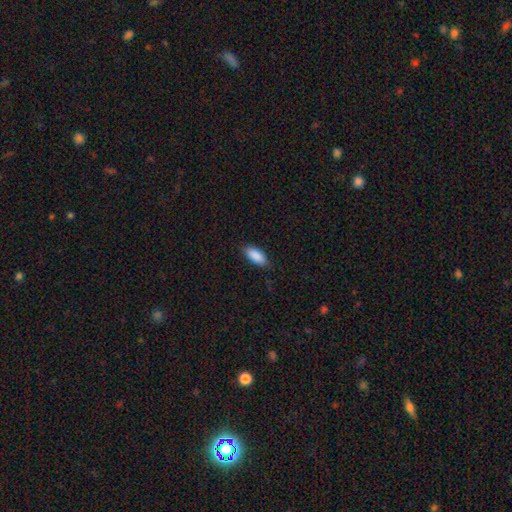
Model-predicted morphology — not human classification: smooth_or_featured: smooth (p=0.90) [alt: star or artifact p=0.06]
how_rounded: in between (p=0.85) [alt: cigar-shaped p=0.14]
merging: none (p=0.85) [alt: minor disturbance p=0.12]